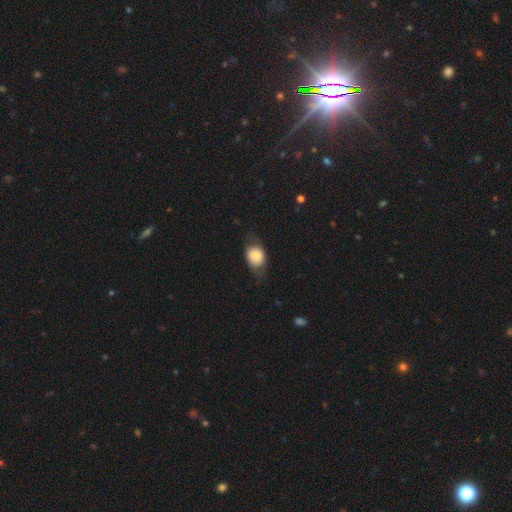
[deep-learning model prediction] Smooth or featured?
  - smooth: 73% *
  - featured or disk: 19%
  - star or artifact: 8%
How rounded?
  - in between: 53% *
  - round: 45%
  - cigar-shaped: 2%
Merging?
  - none: 64% *
  - minor disturbance: 24%
  - major disturbance: 11%
  - merger: 1%